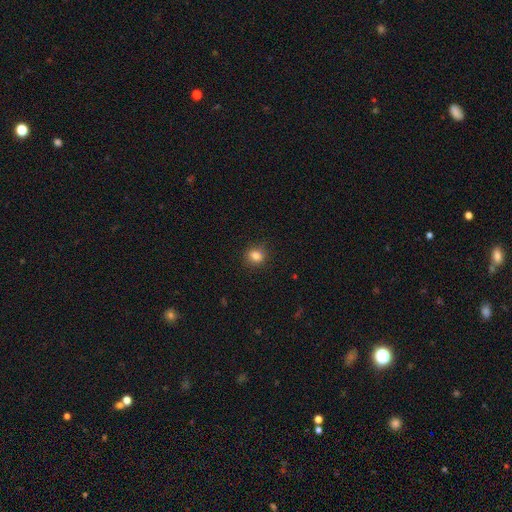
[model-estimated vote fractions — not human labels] smooth_or_featured: smooth (p=0.83) [alt: star or artifact p=0.11]
how_rounded: round (p=0.74) [alt: in between p=0.25]
merging: none (p=0.87) [alt: minor disturbance p=0.10]